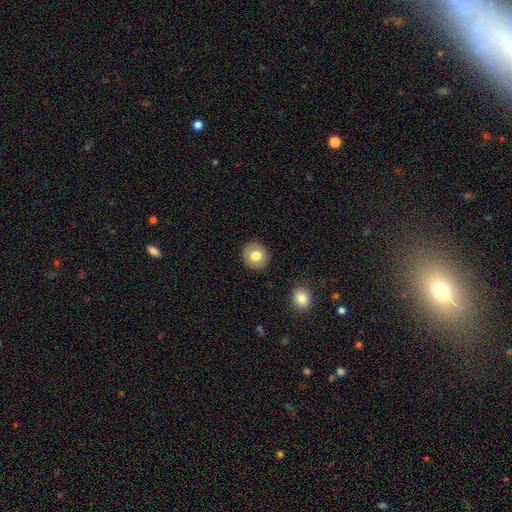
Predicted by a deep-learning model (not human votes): Morphology: type=smooth (78%); roundness=round (81%); merging=none (89%).